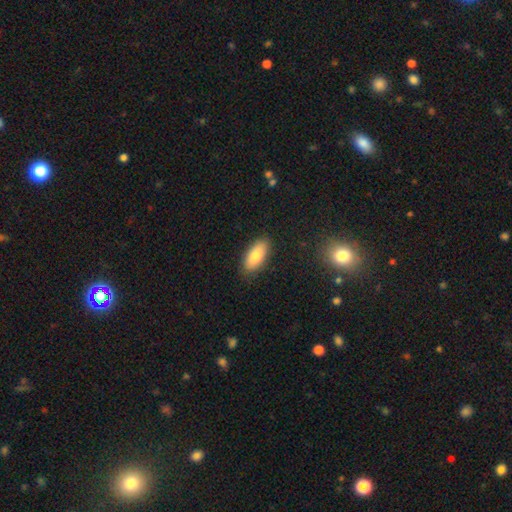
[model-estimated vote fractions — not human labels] A smooth galaxy with no disk features (80%) that is in between round and cigar-shaped (86%).

Vote fractions:
- Smooth or featured? smooth: 80% / featured or disk: 13% / star or artifact: 7%
- How rounded? in between: 86% / cigar-shaped: 12% / round: 2%
- Merging? none: 87% / minor disturbance: 10% / major disturbance: 2% / merger: 1%